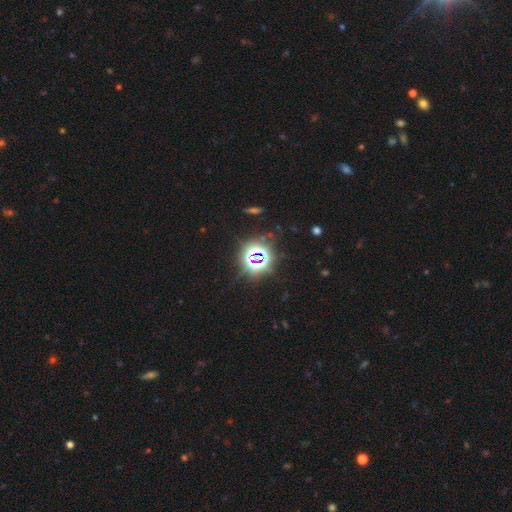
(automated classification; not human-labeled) Morphology: type=star or artifact (78%).